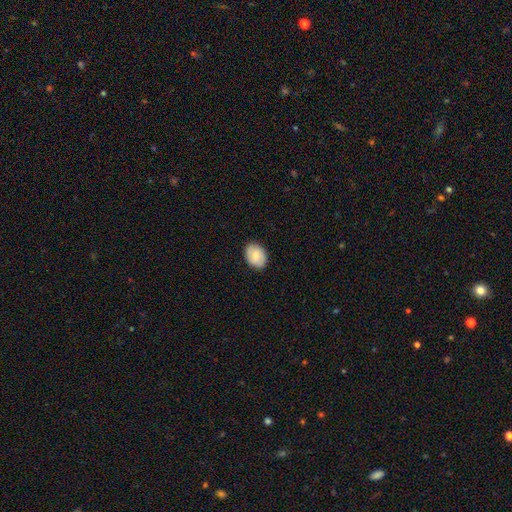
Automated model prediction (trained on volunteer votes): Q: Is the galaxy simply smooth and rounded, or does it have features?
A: smooth — 76%.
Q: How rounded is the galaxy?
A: in between — 72%.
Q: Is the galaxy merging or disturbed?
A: none — 86%.